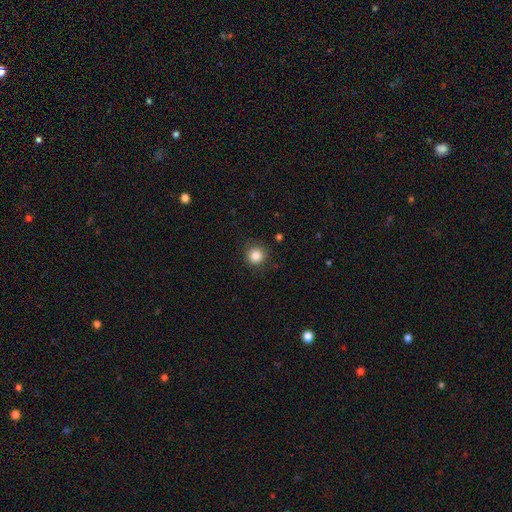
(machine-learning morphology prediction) Smooth or featured?
  - smooth: 85% *
  - star or artifact: 11%
  - featured or disk: 4%
How rounded?
  - round: 94% *
  - in between: 5%
  - cigar-shaped: 1%
Merging?
  - none: 89% *
  - minor disturbance: 7%
  - major disturbance: 2%
  - merger: 1%